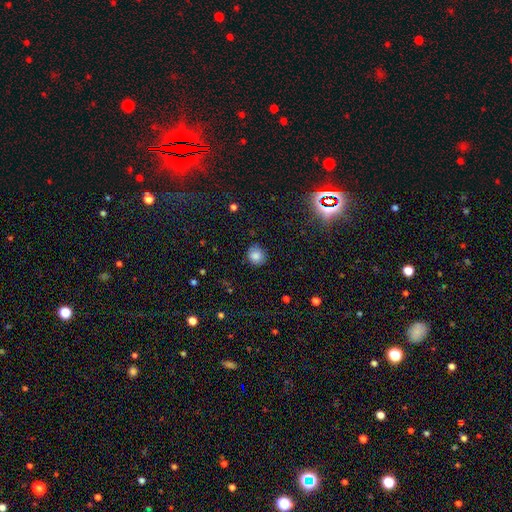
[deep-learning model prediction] Q: Smooth or featured?
A: smooth (82%); runner-up: star or artifact (11%)
Q: How rounded?
A: round (82%); runner-up: in between (17%)
Q: Merging?
A: none (81%); runner-up: minor disturbance (15%)